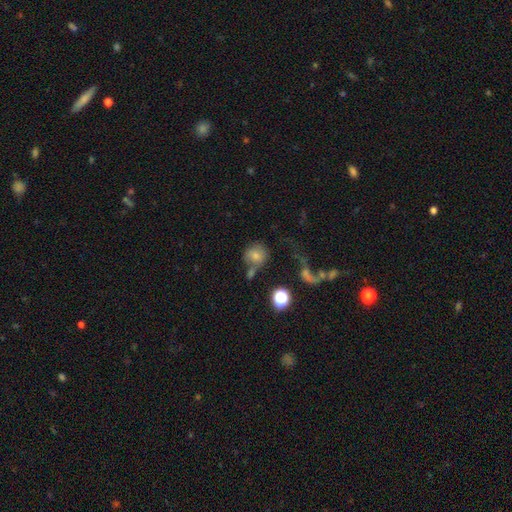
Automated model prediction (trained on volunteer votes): Smooth or featured: smooth — 70% (featured or disk — 16%)
How rounded: round — 83% (in between — 16%)
Merging: none — 45% (merger — 27%)